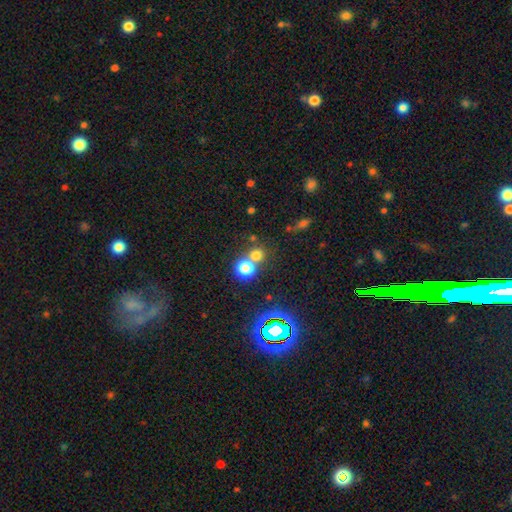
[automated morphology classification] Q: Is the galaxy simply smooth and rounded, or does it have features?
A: smooth — 70%.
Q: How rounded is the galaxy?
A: round — 86%.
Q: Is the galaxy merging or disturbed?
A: none — 53%.